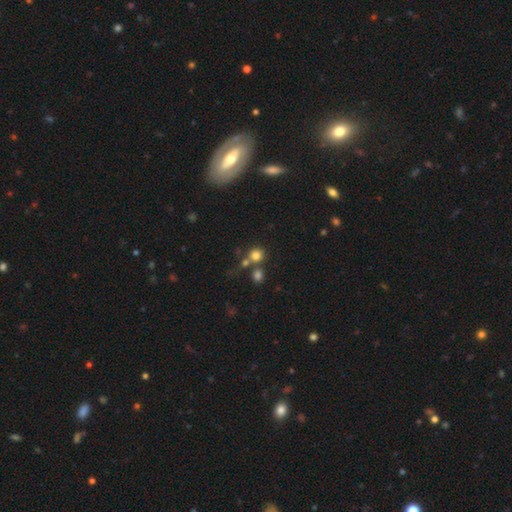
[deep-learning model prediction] Q: Smooth or featured?
A: smooth (77%); runner-up: star or artifact (14%)
Q: How rounded?
A: round (88%); runner-up: in between (11%)
Q: Merging?
A: none (56%); runner-up: merger (30%)